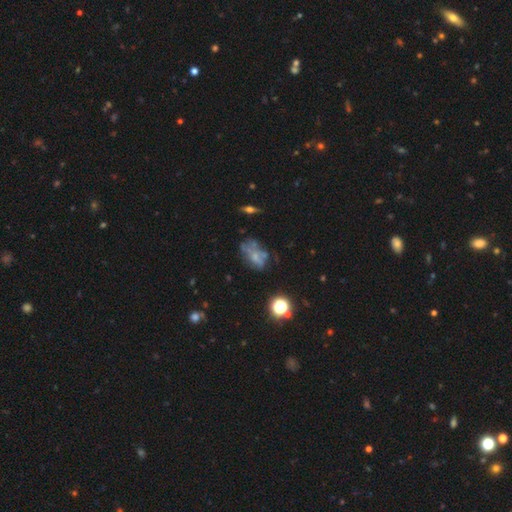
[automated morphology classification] smooth-or-featured: featured or disk: 48% | smooth: 33% | star or artifact: 19%
  merging: none: 40% | minor disturbance: 24% | major disturbance: 24% | merger: 12%